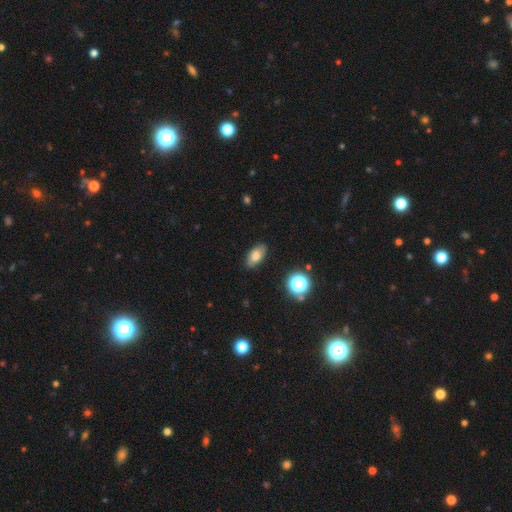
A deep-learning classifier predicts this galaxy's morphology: smooth 77%, featured or disk 13%, star or artifact 10%. Down the decision tree: how rounded — in between (91%); merging — none (85%).